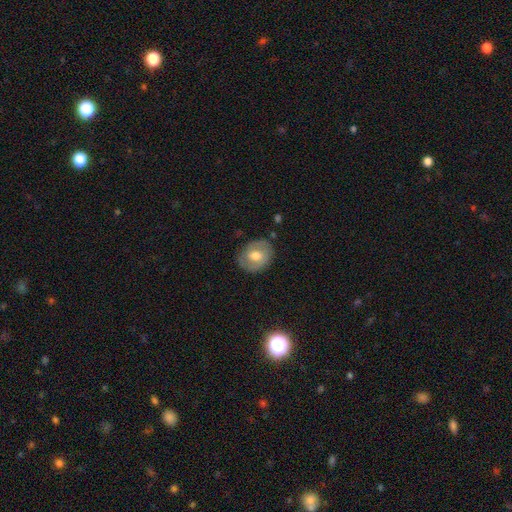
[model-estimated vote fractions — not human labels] A smooth galaxy with no disk features (51%) that is round (56%).

Vote fractions:
- Smooth or featured? smooth: 51% / featured or disk: 42% / star or artifact: 7%
- How rounded? round: 56% / in between: 43% / cigar-shaped: 1%
- Merging? none: 80% / minor disturbance: 14% / major disturbance: 4% / merger: 1%